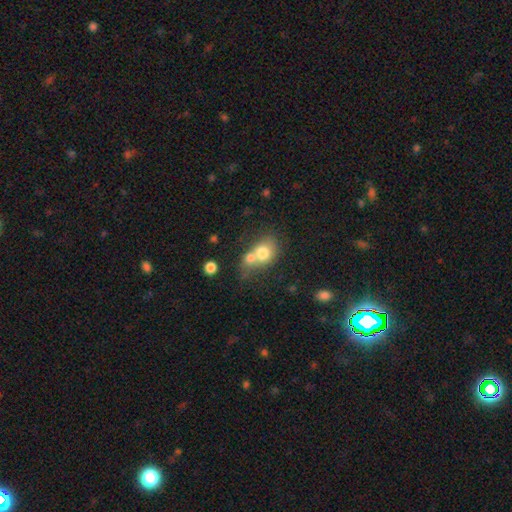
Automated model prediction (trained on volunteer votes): Overall: smooth (71%). How rounded: round (58%; in between 41%). Merging: merger (59%; none 27%).